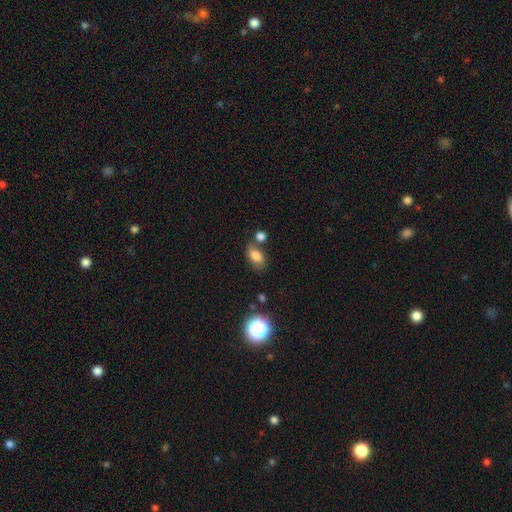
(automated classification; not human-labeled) Smooth or featured: smooth — 76% (star or artifact — 12%)
How rounded: in between — 85% (round — 11%)
Merging: none — 60% (minor disturbance — 18%)